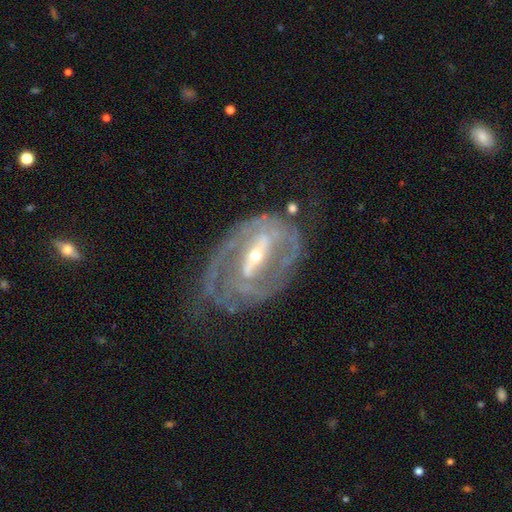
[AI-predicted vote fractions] featured or disk 86%, smooth 8%, star or artifact 6%. Down the decision tree: edge-on disk — no (94%); bar — strong (57%); spiral arms — yes (85%); spiral arm count — 2 (52%); spiral winding — tight (52%); bulge size — small (60%); merging — none (52%).